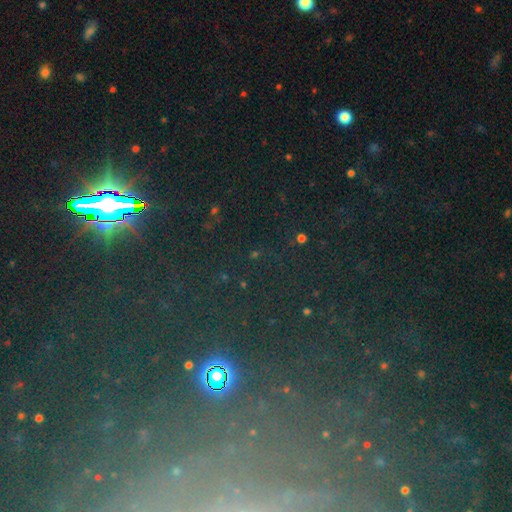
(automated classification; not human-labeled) Smooth or featured?
  - star or artifact: 79% *
  - smooth: 12%
  - featured or disk: 8%